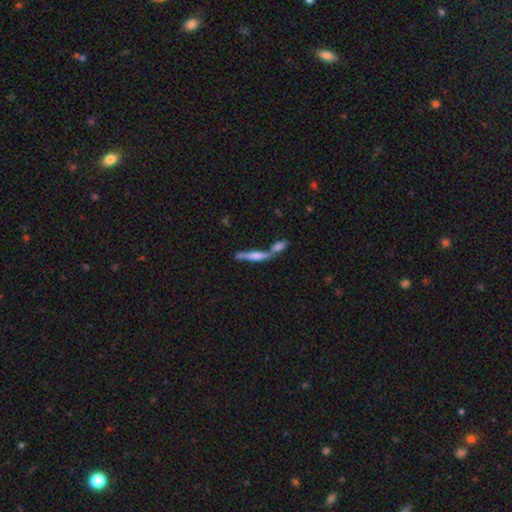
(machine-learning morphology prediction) A smooth galaxy with no disk features (50%).

Vote fractions:
- Smooth or featured? smooth: 50% / featured or disk: 42% / star or artifact: 8%
- Merging? merger: 47% / none: 39% / minor disturbance: 10% / major disturbance: 4%